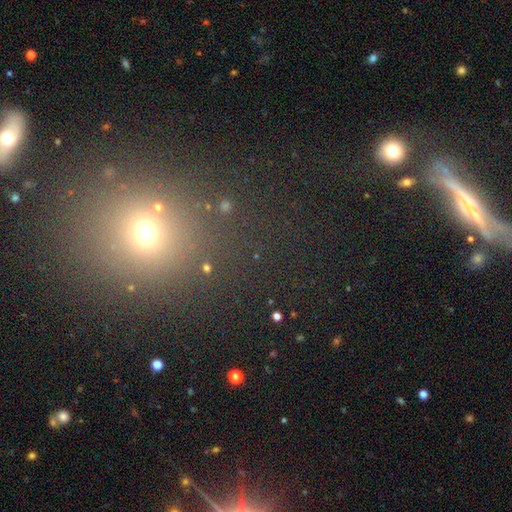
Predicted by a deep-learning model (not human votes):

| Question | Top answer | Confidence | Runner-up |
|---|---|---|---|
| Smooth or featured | smooth | 45% | star or artifact (40%) |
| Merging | none | 75% | minor disturbance (10%) |